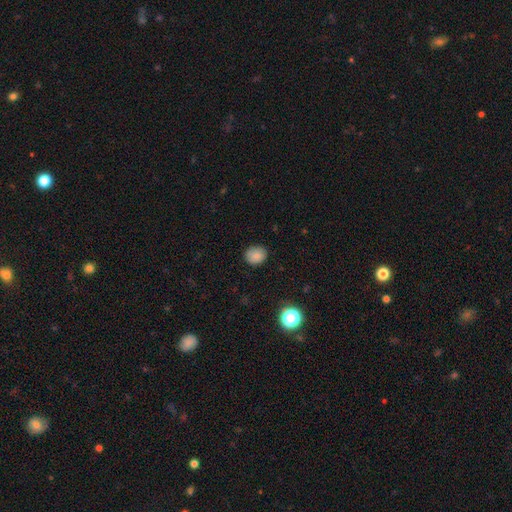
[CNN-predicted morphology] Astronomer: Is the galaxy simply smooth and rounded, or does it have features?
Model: smooth — 83%.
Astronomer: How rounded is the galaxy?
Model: round — 70%.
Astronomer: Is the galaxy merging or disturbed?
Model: none — 85%.